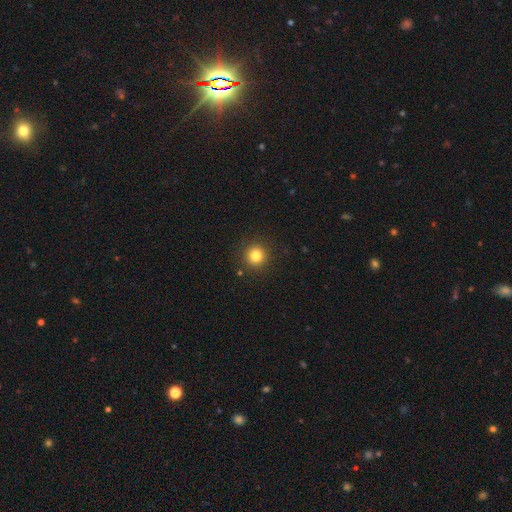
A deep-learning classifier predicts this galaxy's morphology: Q: Smooth or featured?
A: smooth (81%); runner-up: star or artifact (13%)
Q: How rounded?
A: round (94%); runner-up: in between (5%)
Q: Merging?
A: none (91%); runner-up: minor disturbance (5%)